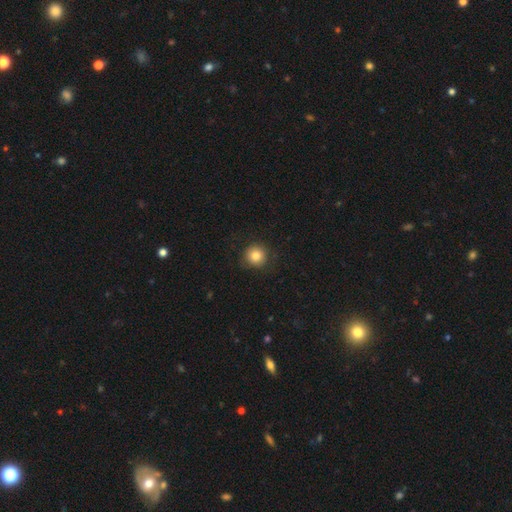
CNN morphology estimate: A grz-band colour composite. It shows a smooth galaxy with no disk features (83%) that is round (94%). Merging: none (87%).